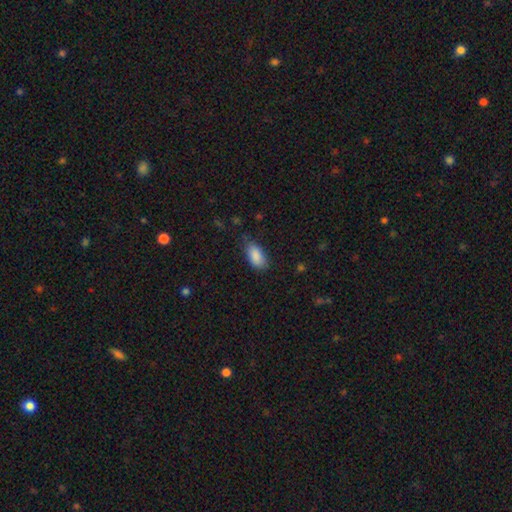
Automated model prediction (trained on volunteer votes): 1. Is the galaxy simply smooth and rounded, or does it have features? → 89% smooth, 7% star or artifact, 5% featured or disk.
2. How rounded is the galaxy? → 92% in between, 5% cigar-shaped, 3% round.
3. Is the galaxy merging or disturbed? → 68% none, 26% minor disturbance, 6% major disturbance, 1% merger.